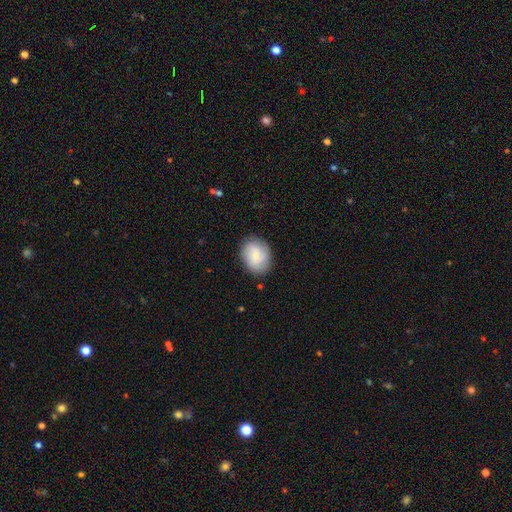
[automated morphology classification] Smooth or featured? Predicted: smooth (p=0.68). How rounded? Predicted: in between (p=0.54). Merging? Predicted: none (p=0.83).